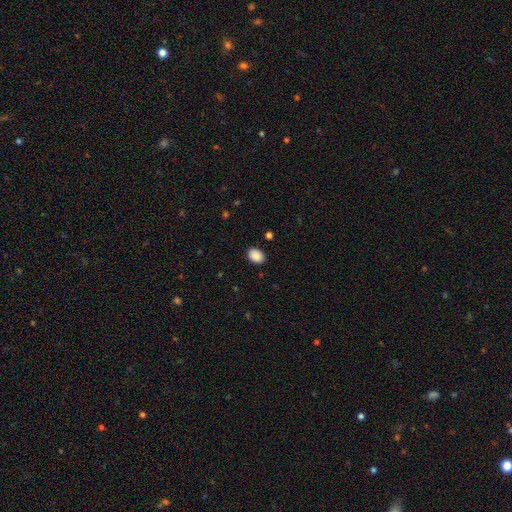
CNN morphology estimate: smooth 89%, star or artifact 8%, featured or disk 3%. Down the decision tree: how rounded — in between (71%); merging — none (87%).